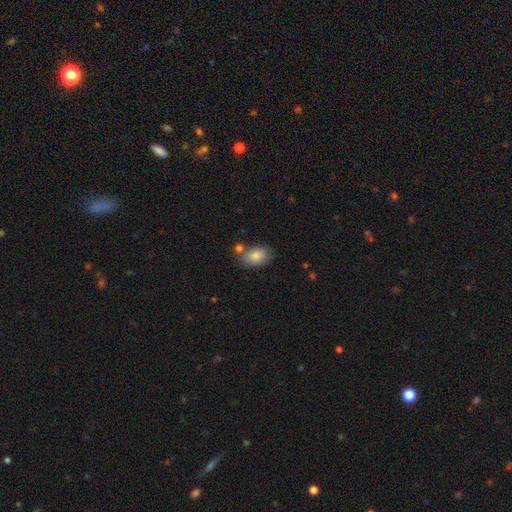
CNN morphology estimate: smooth_or_featured: smooth (p=0.84) [alt: featured or disk p=0.09]
how_rounded: in between (p=0.89) [alt: round p=0.09]
merging: none (p=0.65) [alt: minor disturbance p=0.16]